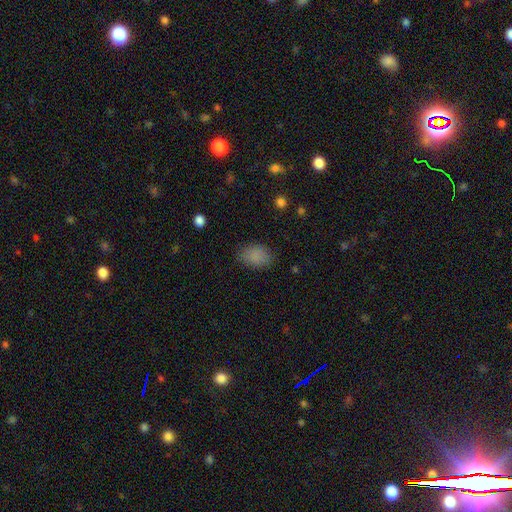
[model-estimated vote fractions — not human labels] The model was most divided on "merging": none: 79%, minor disturbance: 15%, major disturbance: 4%, merger: 1%. More confident: smooth or featured — smooth (85%); how rounded — in between (82%).